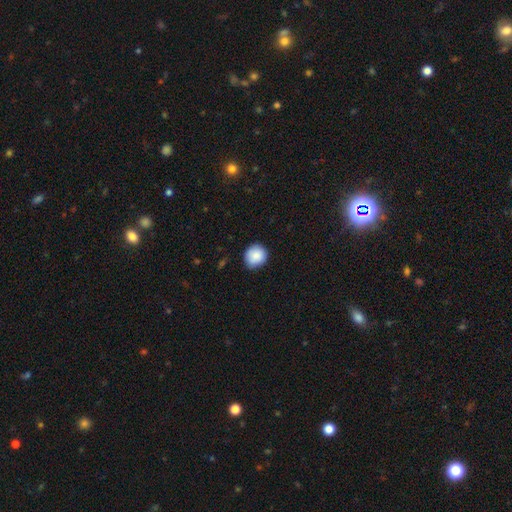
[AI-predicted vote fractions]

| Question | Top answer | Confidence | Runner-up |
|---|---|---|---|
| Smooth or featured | smooth | 87% | star or artifact (8%) |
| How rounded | round | 86% | in between (13%) |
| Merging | none | 83% | minor disturbance (14%) |